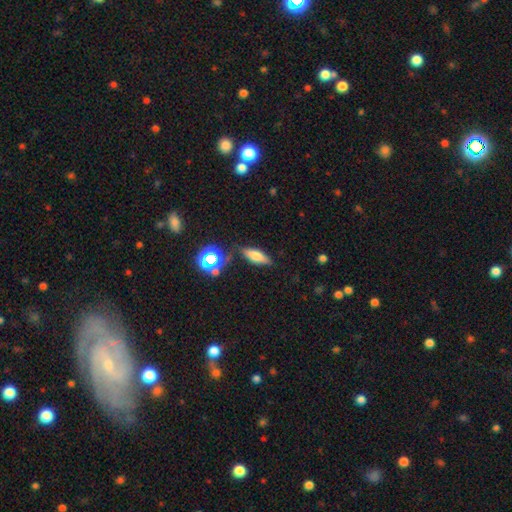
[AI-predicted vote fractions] Smooth or featured? Predicted: smooth (p=0.63). How rounded? Predicted: in between (p=0.54). Merging? Predicted: none (p=0.75).